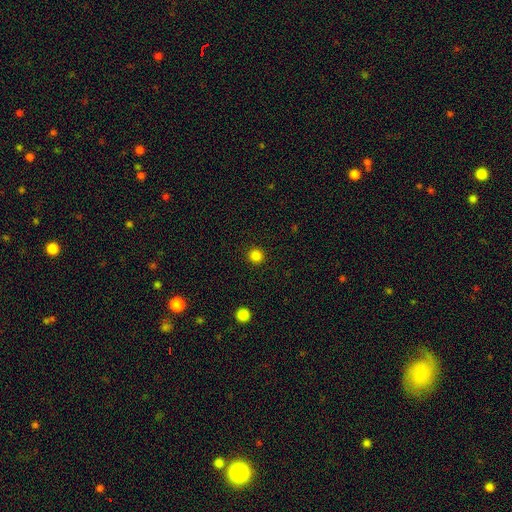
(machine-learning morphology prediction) Smooth or featured? Predicted: smooth (p=0.84). How rounded? Predicted: round (p=0.95). Merging? Predicted: none (p=0.93).